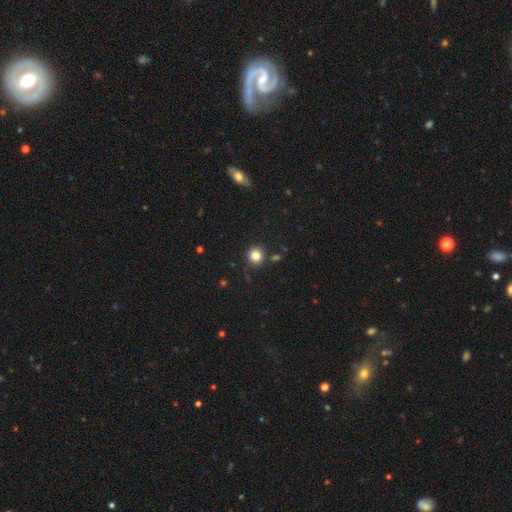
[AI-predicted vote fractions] This appears to be a smooth galaxy with no disk features (83%) that is round (90%). Merging: none (84%).